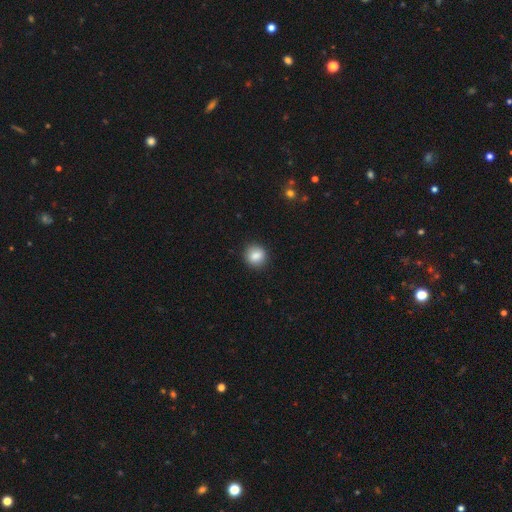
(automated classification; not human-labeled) Morphology: type=smooth (85%); roundness=round (86%); merging=none (90%).